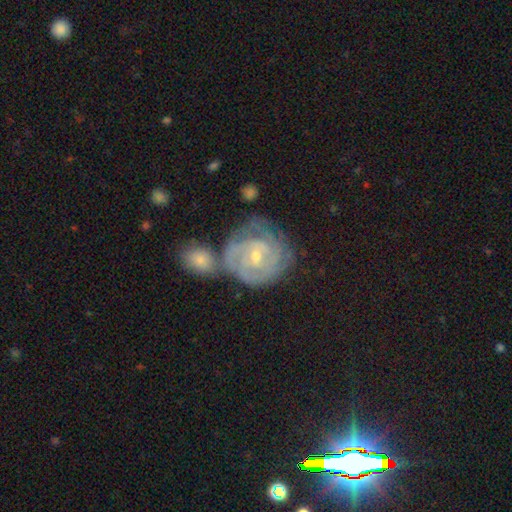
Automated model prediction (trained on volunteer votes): This appears to be a featured or disk galaxy (83%) with no bar (52%), tight (79%) spiral arms (95%) and a small central bulge (62%). Merging: none (48%).